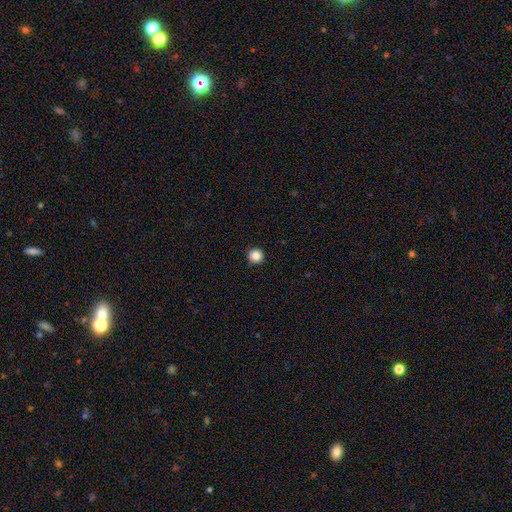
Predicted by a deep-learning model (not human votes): smooth_or_featured: smooth (p=0.86) [alt: star or artifact p=0.11]
how_rounded: round (p=0.96) [alt: in between p=0.03]
merging: none (p=0.94) [alt: minor disturbance p=0.04]